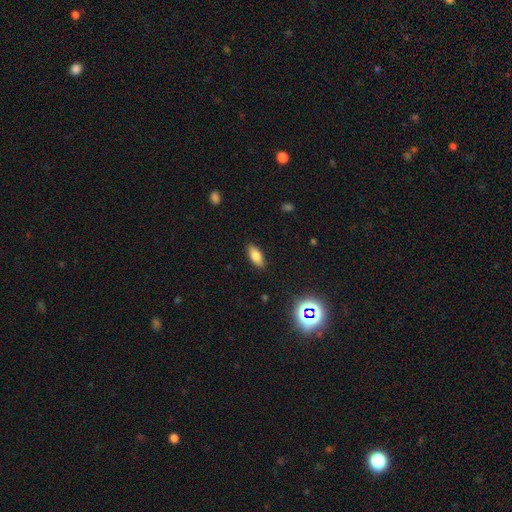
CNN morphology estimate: Smooth or featured: smooth — 79% (featured or disk — 11%)
How rounded: in between — 83% (cigar-shaped — 14%)
Merging: none — 88% (minor disturbance — 9%)